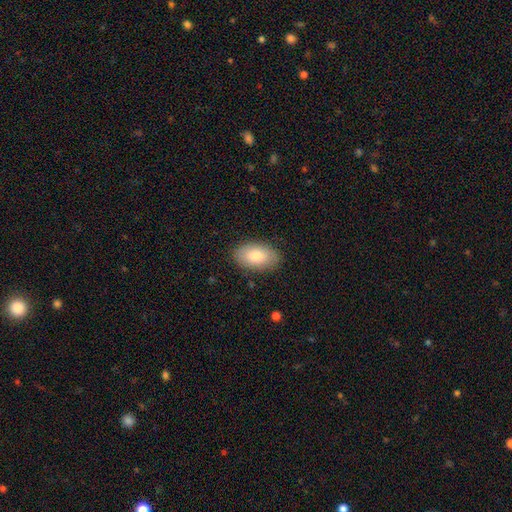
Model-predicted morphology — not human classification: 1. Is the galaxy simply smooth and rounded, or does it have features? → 80% smooth, 14% featured or disk, 6% star or artifact.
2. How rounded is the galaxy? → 93% in between, 5% round, 2% cigar-shaped.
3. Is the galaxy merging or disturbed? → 87% none, 10% minor disturbance, 2% major disturbance, 1% merger.